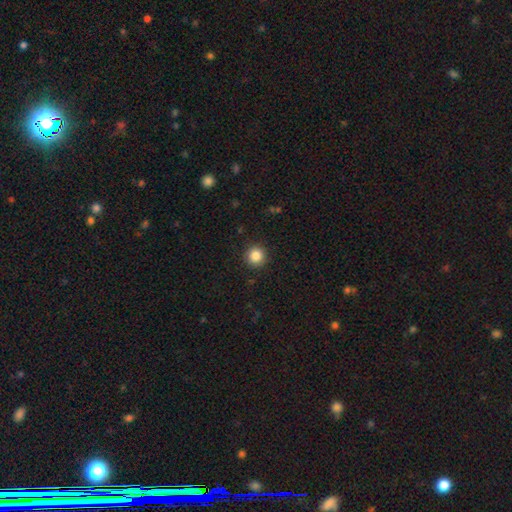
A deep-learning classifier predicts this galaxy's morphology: A smooth galaxy with no disk features (85%) that is round (94%). Merging: none (91%).